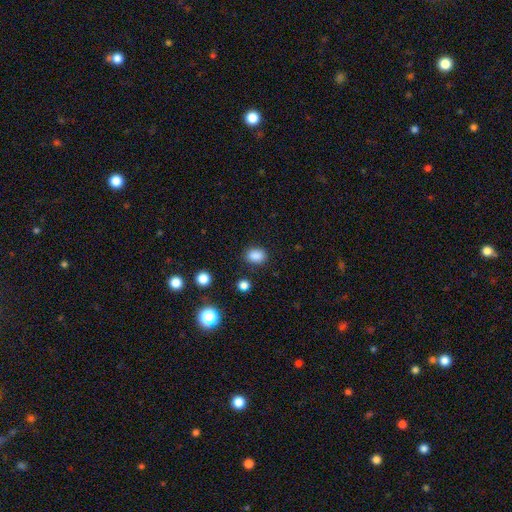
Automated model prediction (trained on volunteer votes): The model was most divided on "how rounded": in between: 58%, round: 41%, cigar-shaped: 1%. More confident: smooth or featured — smooth (85%); merging — none (85%).